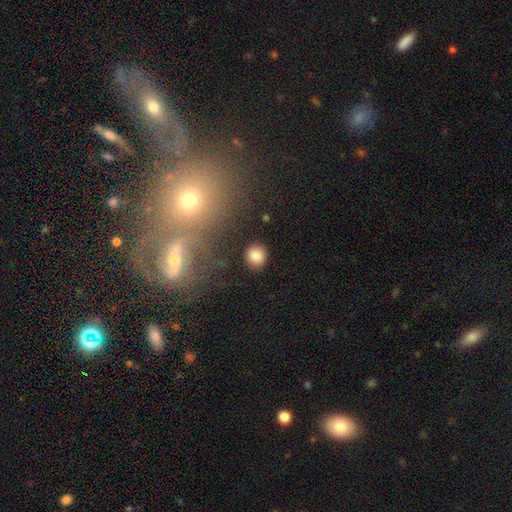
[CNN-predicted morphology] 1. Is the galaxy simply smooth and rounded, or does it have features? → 84% smooth, 11% star or artifact, 5% featured or disk.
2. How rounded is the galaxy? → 88% round, 11% in between, 1% cigar-shaped.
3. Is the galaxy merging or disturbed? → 86% none, 8% minor disturbance, 3% major disturbance, 2% merger.